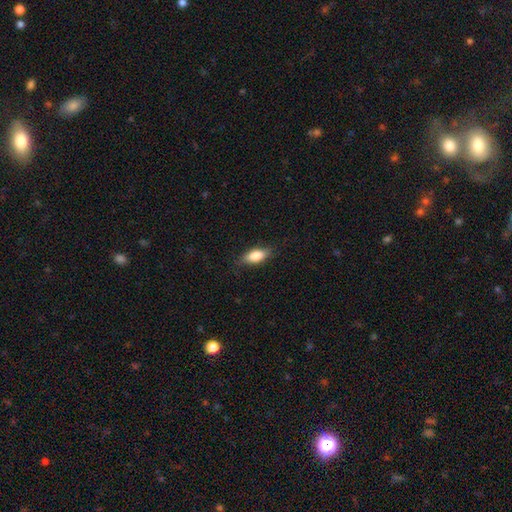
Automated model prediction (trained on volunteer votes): This is likely a smooth galaxy (80%). How rounded: likely in between (79%). Merging: clearly none (80%).